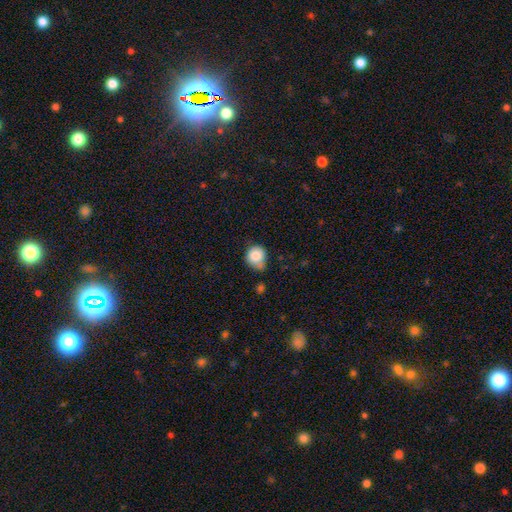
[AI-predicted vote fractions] Overall: smooth (84%). How rounded: round (79%). Merging: none (44%; minor disturbance 39%).